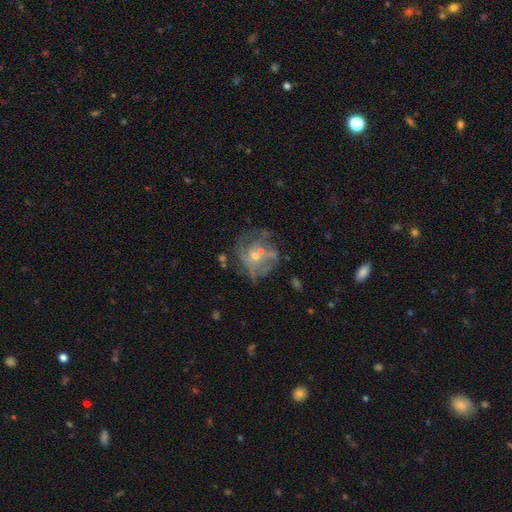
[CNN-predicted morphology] A featured or disk galaxy (70%) with no bar (79%), spiral arms (58%) and a small central bulge (58%). Merging: none (55%).